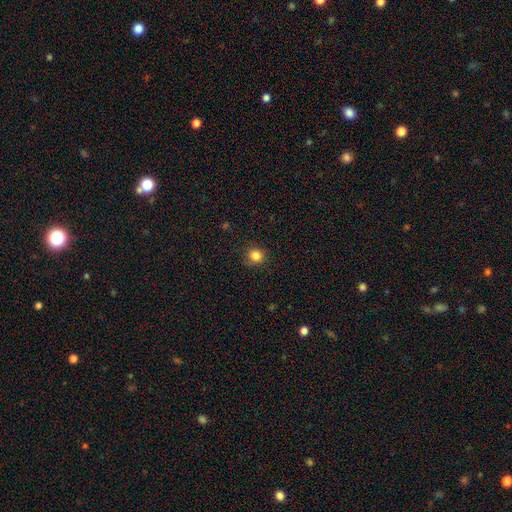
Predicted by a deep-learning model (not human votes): smooth 84%, star or artifact 12%, featured or disk 4%. Down the decision tree: how rounded — round (91%); merging — none (89%).